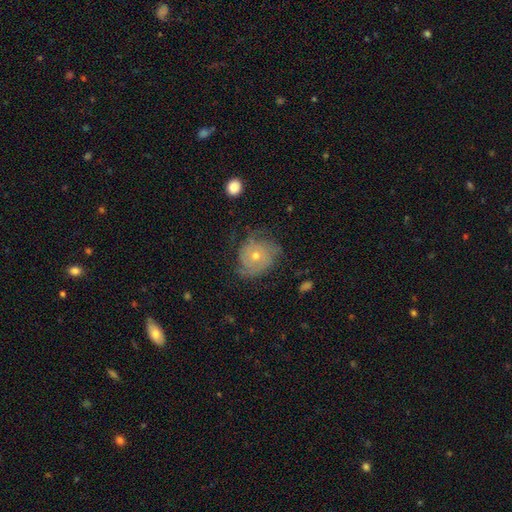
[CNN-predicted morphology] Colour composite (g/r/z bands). It shows a featured or disk galaxy (62%) with no bar (86%), spiral arms (80%) and a moderate central bulge (50%). Merging: none (62%).